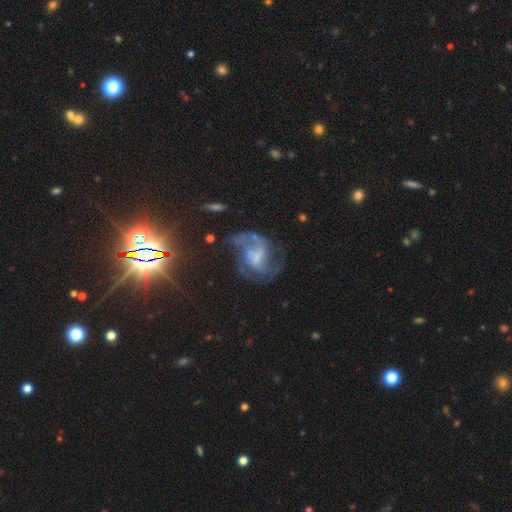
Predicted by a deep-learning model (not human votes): Q: Smooth or featured?
A: featured or disk (76%); runner-up: smooth (13%)
Q: Edge-on disk?
A: no (97%); runner-up: yes (3%)
Q: Bar?
A: weak (44%); runner-up: no (40%)
Q: Spiral arms?
A: yes (87%); runner-up: no (13%)
Q: Spiral winding?
A: medium (49%); runner-up: loose (34%)
Q: Spiral arm count?
A: 2 (60%); runner-up: can't tell (16%)
Q: Bulge size?
A: none (34%); runner-up: moderate (27%)
Q: Merging?
A: none (47%); runner-up: major disturbance (28%)